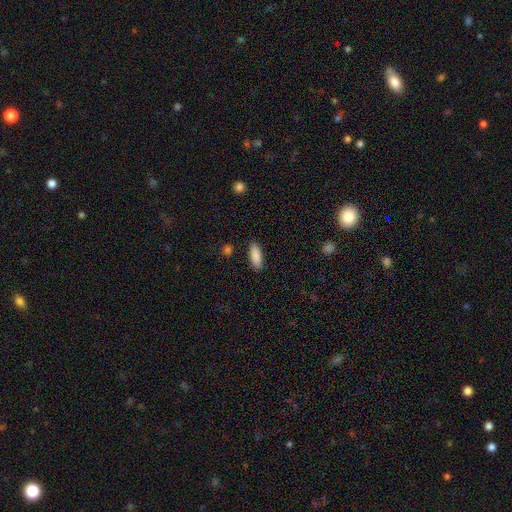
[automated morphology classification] A smooth galaxy with no disk features (89%) that is in between round and cigar-shaped (73%). Merging: none (86%).